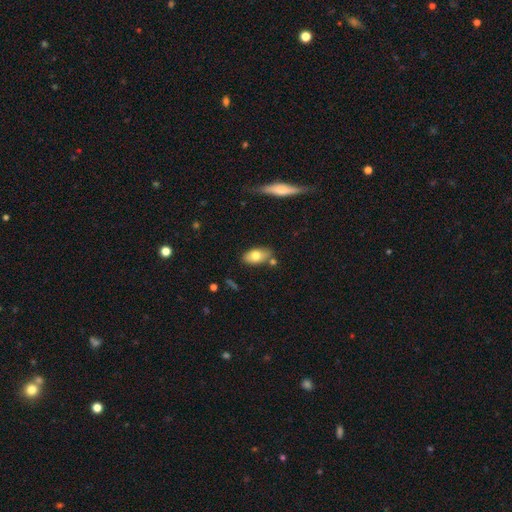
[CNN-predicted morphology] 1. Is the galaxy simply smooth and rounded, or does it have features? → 74% smooth, 18% featured or disk, 7% star or artifact.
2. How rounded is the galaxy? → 91% in between, 5% round, 4% cigar-shaped.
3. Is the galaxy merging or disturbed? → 75% none, 15% minor disturbance, 8% merger, 3% major disturbance.